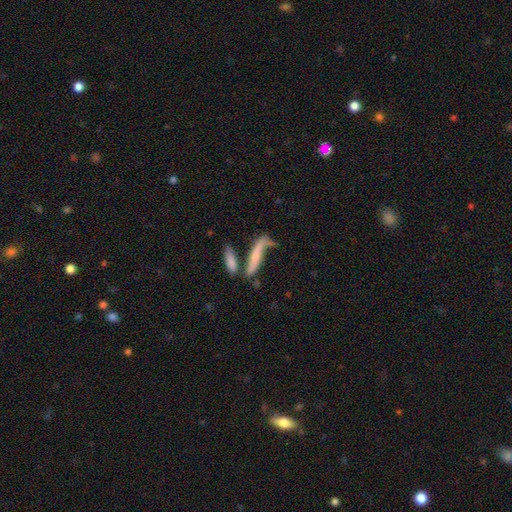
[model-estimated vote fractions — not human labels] Smooth or featured?
  - smooth: 51% *
  - featured or disk: 40%
  - star or artifact: 9%
How rounded?
  - cigar-shaped: 85% *
  - in between: 13%
  - round: 2%
Merging?
  - none: 39% *
  - merger: 28%
  - minor disturbance: 17%
  - major disturbance: 15%